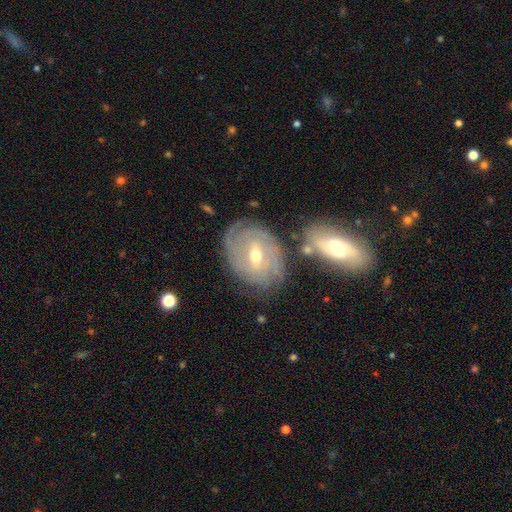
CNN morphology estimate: A featured or disk galaxy (82%) with a weak bar (54%), tight (74%) spiral arms (93%) and a moderate central bulge (62%).

Vote fractions:
- Smooth or featured? featured or disk: 82% / smooth: 11% / star or artifact: 7%
- Edge-on disk? no: 95% / yes: 5%
- Bar? weak: 54% / no: 24% / strong: 22%
- Spiral arms? yes: 93% / no: 7%
- Spiral winding? tight: 74% / medium: 20% / loose: 6%
- Spiral arm count? can't tell: 38% / 3: 20% / 2: 19% / 4: 13% / more than 4: 5% / 1: 5%
- Bulge size? moderate: 62% / small: 34% / large: 2% / none: 1% / dominant: 1%
- Merging? none: 75% / minor disturbance: 15% / merger: 5% / major disturbance: 5%